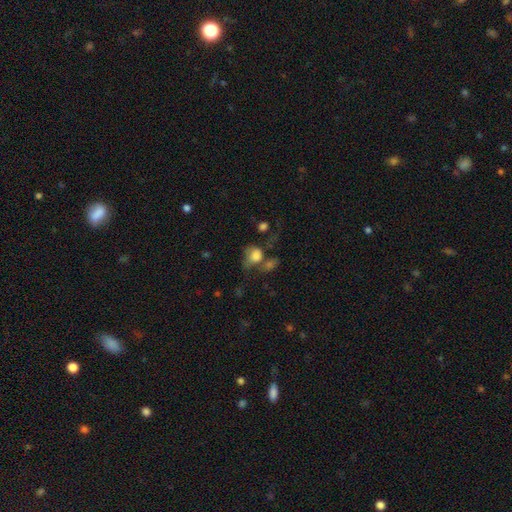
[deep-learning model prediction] A smooth galaxy with no disk features (72%) that is round (51%).

Vote fractions:
- Smooth or featured? smooth: 72% / featured or disk: 17% / star or artifact: 11%
- How rounded? round: 51% / in between: 48% / cigar-shaped: 1%
- Merging? merger: 34% / major disturbance: 26% / none: 24% / minor disturbance: 17%